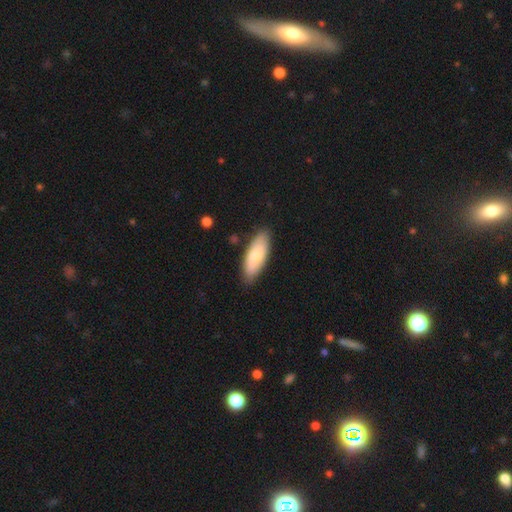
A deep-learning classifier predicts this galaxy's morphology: smooth_or_featured: smooth (p=0.73) [alt: featured or disk p=0.22]
how_rounded: in between (p=0.75) [alt: cigar-shaped p=0.23]
merging: none (p=0.83) [alt: minor disturbance p=0.13]